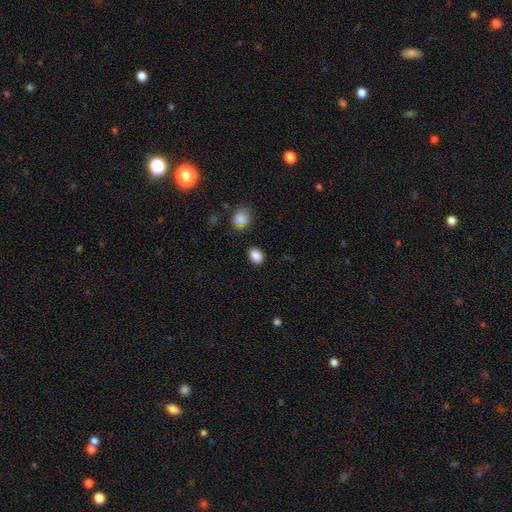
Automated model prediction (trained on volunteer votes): The model was most divided on "how rounded": in between: 63%, round: 36%, cigar-shaped: 1%. More confident: smooth or featured — smooth (87%); merging — none (85%).